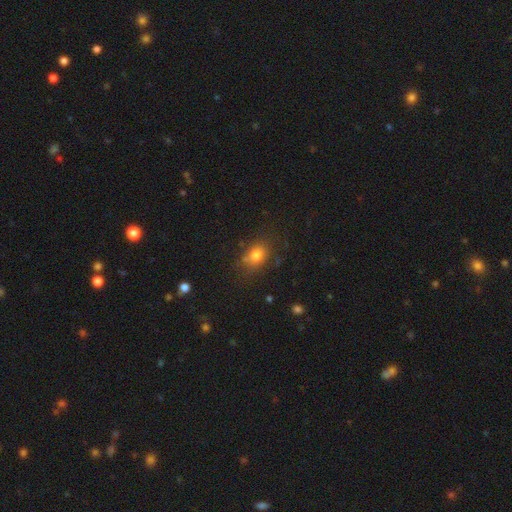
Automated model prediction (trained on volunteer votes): Smooth or featured?
  - smooth: 77% *
  - star or artifact: 12%
  - featured or disk: 11%
How rounded?
  - in between: 56% *
  - round: 42%
  - cigar-shaped: 2%
Merging?
  - none: 69% *
  - minor disturbance: 20%
  - major disturbance: 7%
  - merger: 4%